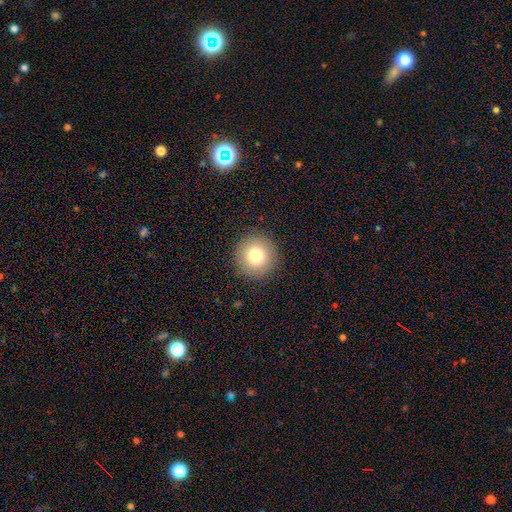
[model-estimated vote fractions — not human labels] Smooth or featured? smooth (78%)
How rounded? round (95%)
Merging? none (90%)